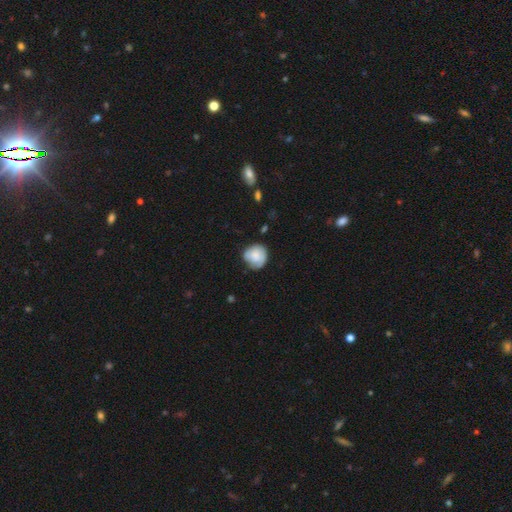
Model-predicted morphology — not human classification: Overall: smooth (65%; featured or disk 28%). How rounded: round (84%). Merging: none (61%; minor disturbance 28%).